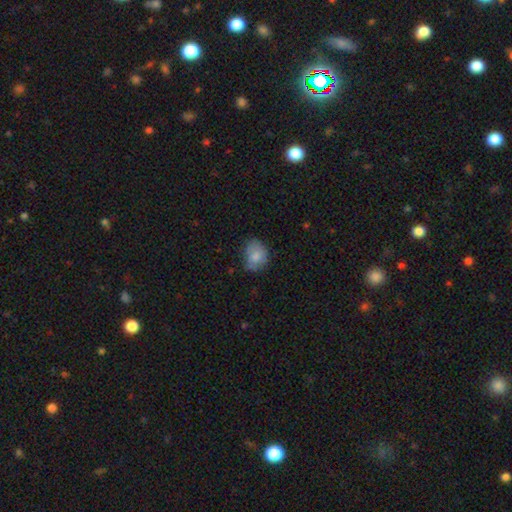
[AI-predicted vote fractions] Overall: smooth (78%). How rounded: in between (57%; round 42%). Merging: none (56%; minor disturbance 31%).